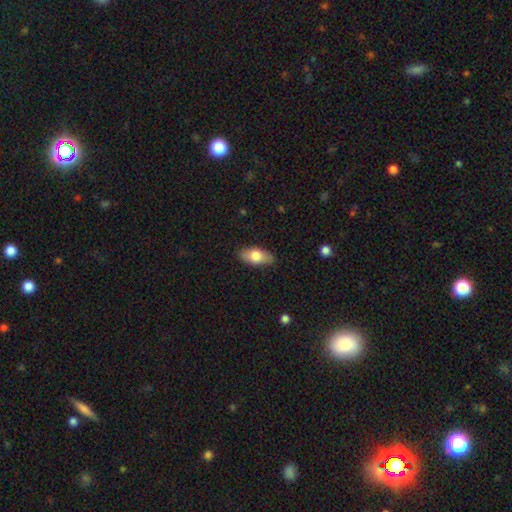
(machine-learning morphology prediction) Smooth or featured? smooth (74%)
How rounded? in between (89%)
Merging? none (85%)